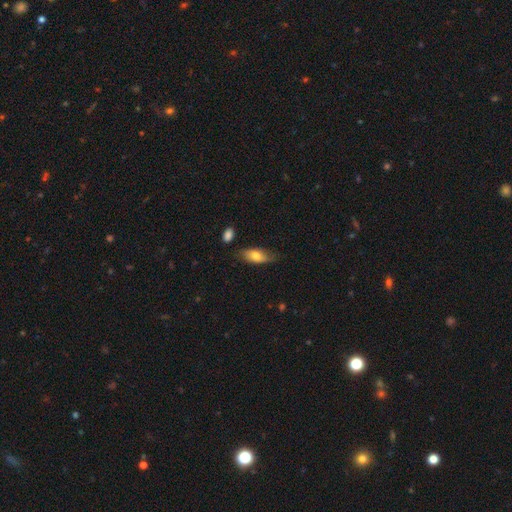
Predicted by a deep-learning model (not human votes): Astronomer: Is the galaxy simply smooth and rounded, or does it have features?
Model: smooth — 74%.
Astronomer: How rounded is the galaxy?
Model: in between — 82%.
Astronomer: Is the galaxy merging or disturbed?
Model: none — 68%.